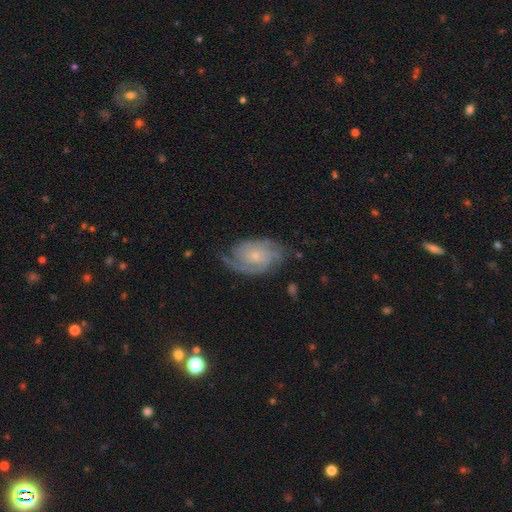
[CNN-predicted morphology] This is clearly a featured or disk galaxy (86%). It is clearly not viewed edge-on (97%). Bar: likely no (74%). Spiral arm pattern: clearly yes (97%). Spiral arm count: possibly 2 (47%). Spiral winding: possibly tight (53%). Central bulge: likely small (74%). Merging: likely none (73%).